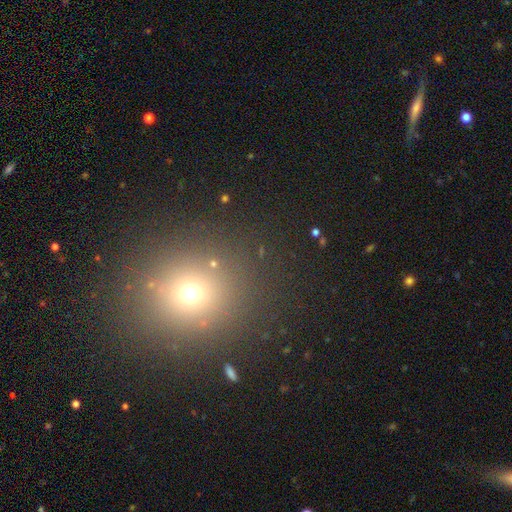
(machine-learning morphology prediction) Smooth or featured?
  - smooth: 57% *
  - star or artifact: 34%
  - featured or disk: 9%
How rounded?
  - round: 80% *
  - in between: 18%
  - cigar-shaped: 2%
Merging?
  - none: 88% *
  - minor disturbance: 7%
  - major disturbance: 3%
  - merger: 2%